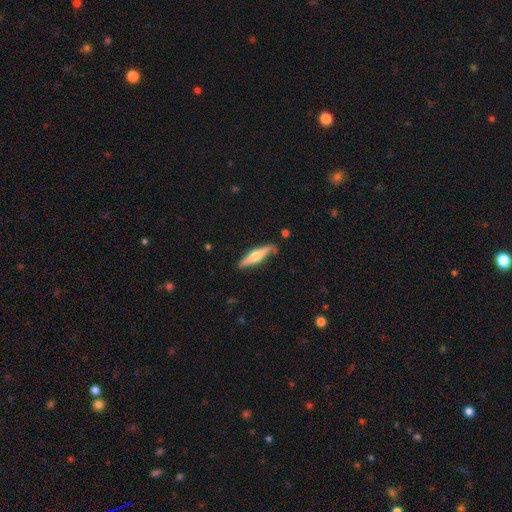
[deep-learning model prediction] This is possibly a featured or disk galaxy (57%). It is clearly viewed edge-on (94%). Edge-on bulge: clearly rounded (92%). Merging: clearly none (80%).